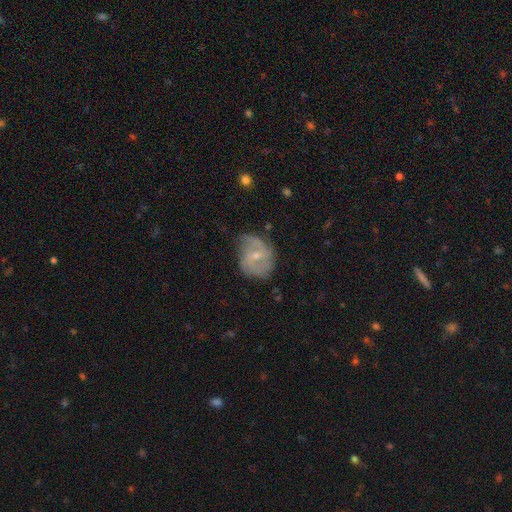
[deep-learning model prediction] A featured or disk galaxy (72%) with a weak bar (46%), 2 (58%) medium (45%) spiral arms (88%) and a small central bulge (62%). Merging: none (57%).